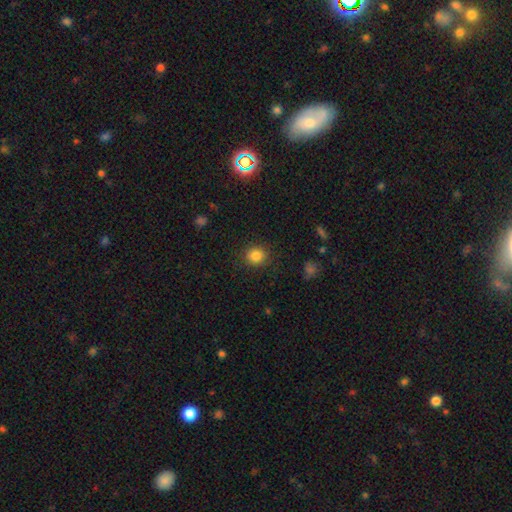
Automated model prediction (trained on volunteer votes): Smooth or featured? smooth (85%)
How rounded? round (83%)
Merging? none (88%)